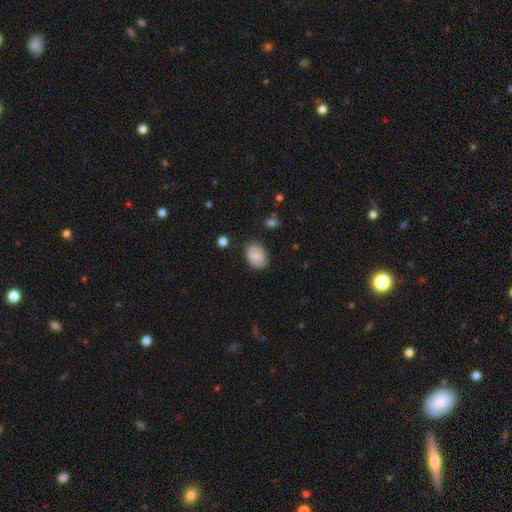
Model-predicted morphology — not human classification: A smooth galaxy with no disk features (77%) that is in between round and cigar-shaped (79%). Merging: none (78%).